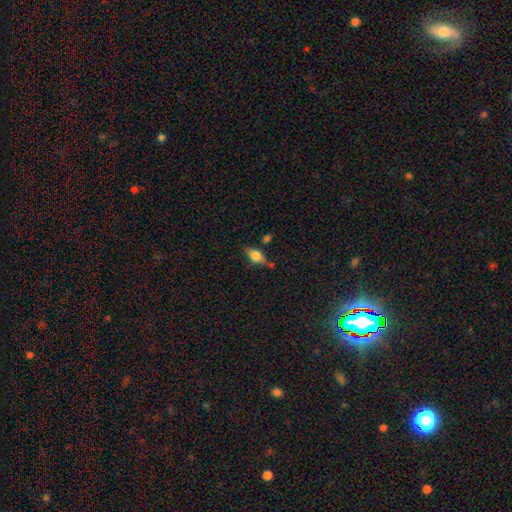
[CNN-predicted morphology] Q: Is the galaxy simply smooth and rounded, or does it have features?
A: smooth — 64%.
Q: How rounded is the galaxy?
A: in between — 79%.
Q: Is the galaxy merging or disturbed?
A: none — 63%.